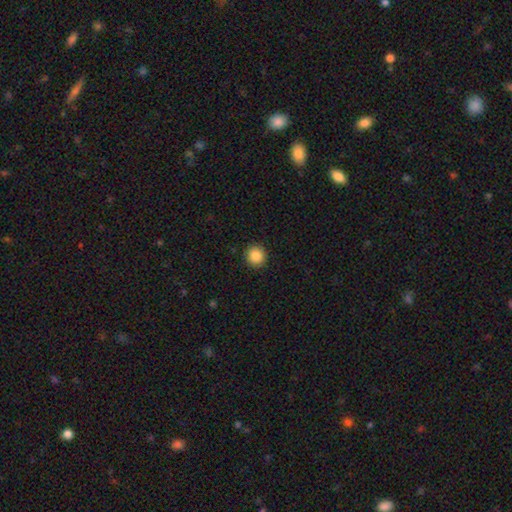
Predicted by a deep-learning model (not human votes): Q: Smooth or featured?
A: smooth (87%); runner-up: star or artifact (10%)
Q: How rounded?
A: round (92%); runner-up: in between (7%)
Q: Merging?
A: none (92%); runner-up: minor disturbance (5%)